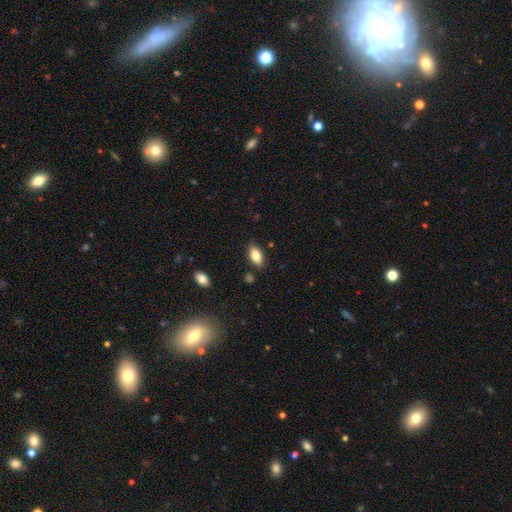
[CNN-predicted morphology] smooth-or-featured: smooth: 83% | featured or disk: 9% | star or artifact: 7%
  how-rounded: in between: 91% | cigar-shaped: 6% | round: 4%
  merging: none: 84% | minor disturbance: 12% | major disturbance: 2% | merger: 2%